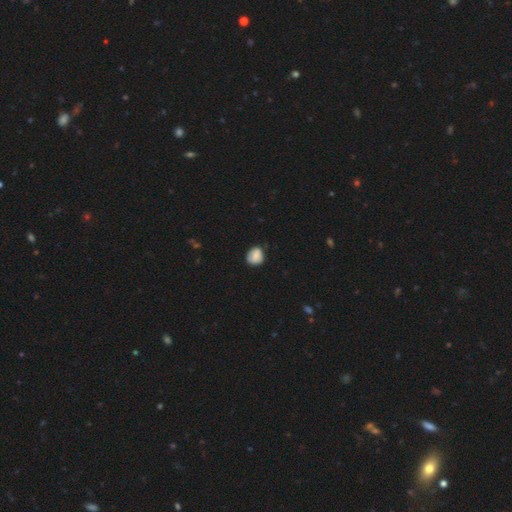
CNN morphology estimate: Smooth or featured? smooth (80%)
How rounded? round (74%)
Merging? none (73%)